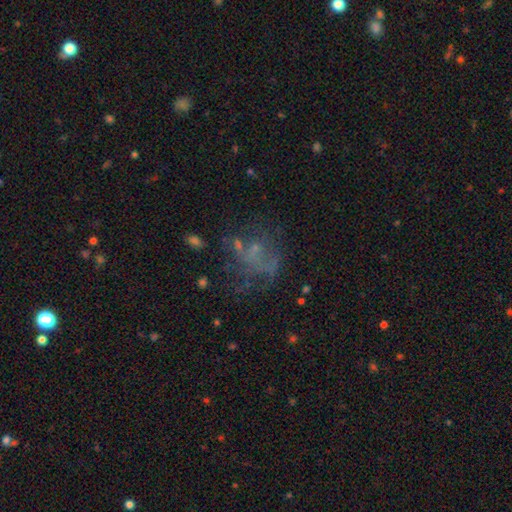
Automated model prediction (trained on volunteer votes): smooth_or_featured: featured or disk (p=0.43) [alt: star or artifact p=0.28]
merging: none (p=0.42) [alt: major disturbance p=0.34]